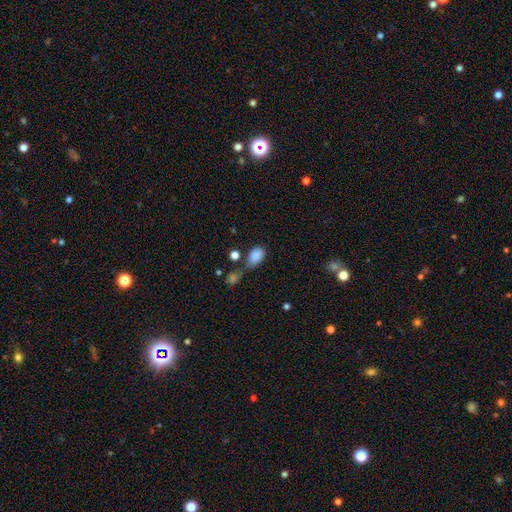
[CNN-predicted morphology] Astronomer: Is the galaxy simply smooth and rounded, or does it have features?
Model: smooth — 86%.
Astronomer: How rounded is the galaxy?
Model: in between — 85%.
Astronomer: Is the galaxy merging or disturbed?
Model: none — 42% (runner-up: minor disturbance, 23%).